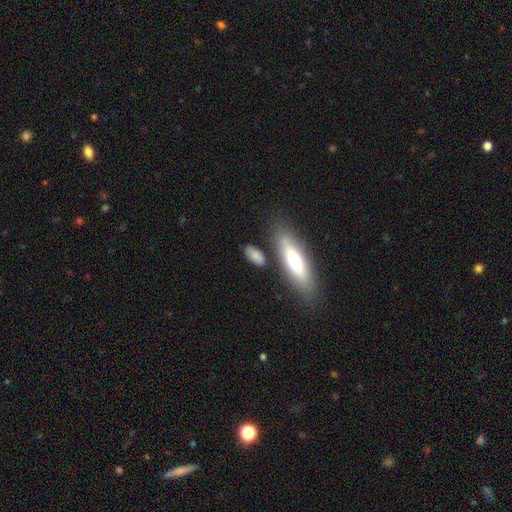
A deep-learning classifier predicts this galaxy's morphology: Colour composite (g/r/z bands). It shows a smooth galaxy with no disk features (79%) that is in between round and cigar-shaped (71%). Merging: none (73%).